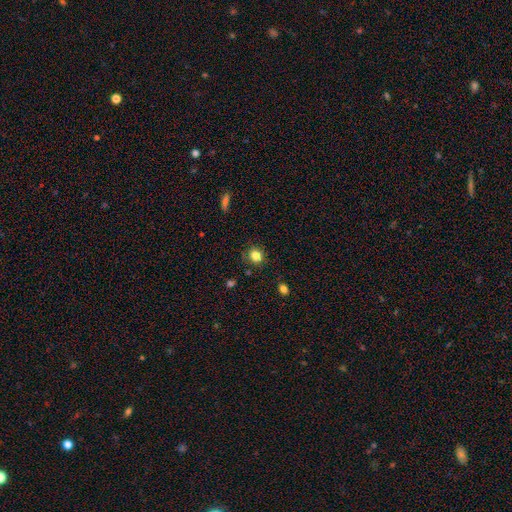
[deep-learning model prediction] This is clearly a smooth galaxy (83%). How rounded: likely round (74%). Merging: clearly none (83%).